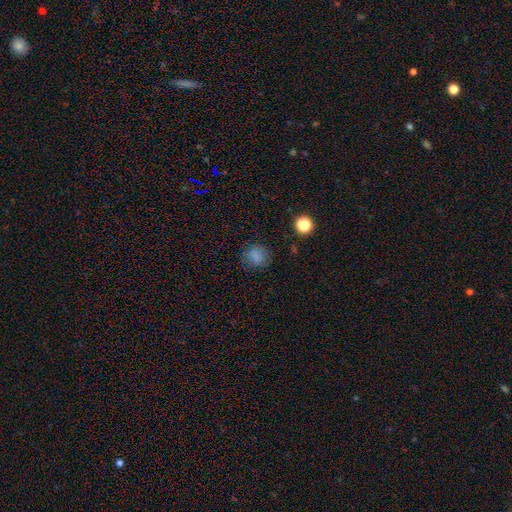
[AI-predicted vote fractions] This appears to be a smooth galaxy with no disk features (79%) that is round (81%). Merging: none (78%).